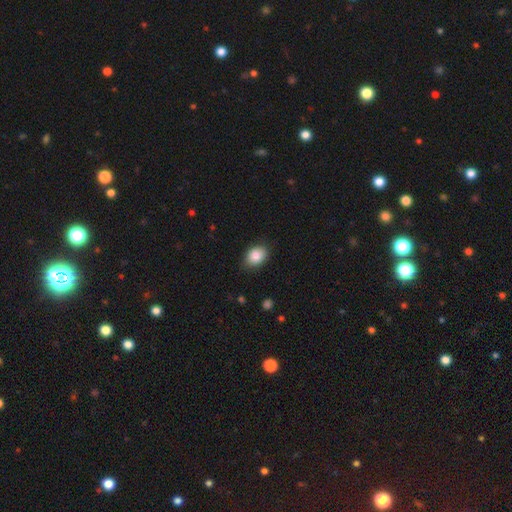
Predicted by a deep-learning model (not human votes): smooth-or-featured: smooth: 86% | star or artifact: 8% | featured or disk: 6%
  how-rounded: in between: 74% | round: 25% | cigar-shaped: 1%
  merging: none: 81% | minor disturbance: 15% | major disturbance: 3% | merger: 1%